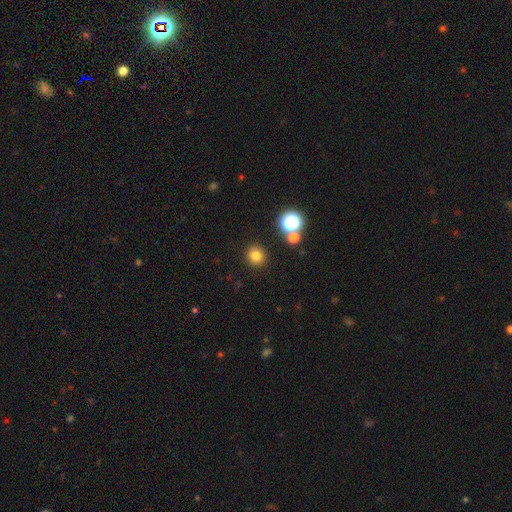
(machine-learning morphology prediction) smooth_or_featured: smooth (p=0.79) [alt: star or artifact p=0.16]
how_rounded: round (p=0.91) [alt: in between p=0.08]
merging: none (p=0.88) [alt: minor disturbance p=0.06]